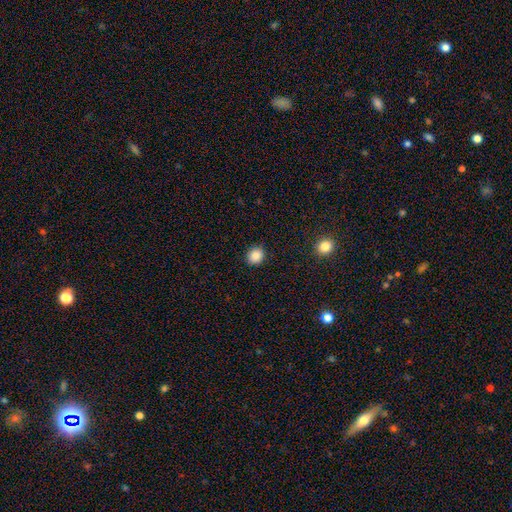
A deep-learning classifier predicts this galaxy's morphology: Smooth or featured?
  - smooth: 87% *
  - star or artifact: 9%
  - featured or disk: 4%
How rounded?
  - round: 76% *
  - in between: 23%
  - cigar-shaped: 1%
Merging?
  - none: 90% *
  - minor disturbance: 7%
  - major disturbance: 2%
  - merger: 1%